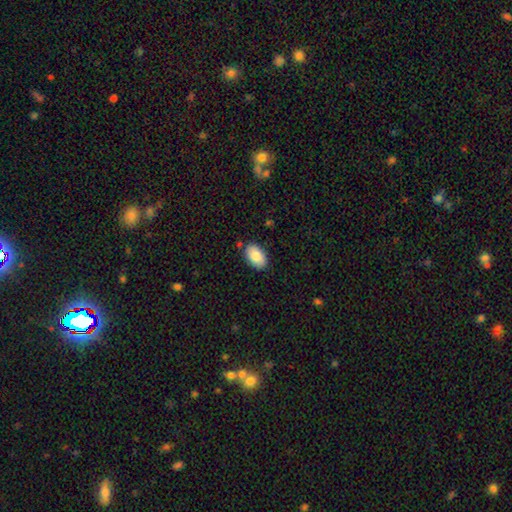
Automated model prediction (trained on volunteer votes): A smooth galaxy with no disk features (86%) that is in between round and cigar-shaped (93%). Merging: none (84%).